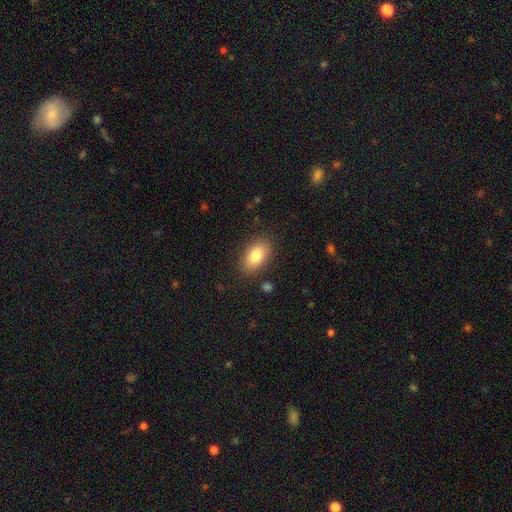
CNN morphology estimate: Q: Smooth or featured?
A: smooth (82%); runner-up: featured or disk (10%)
Q: How rounded?
A: in between (91%); runner-up: round (6%)
Q: Merging?
A: none (85%); runner-up: minor disturbance (10%)